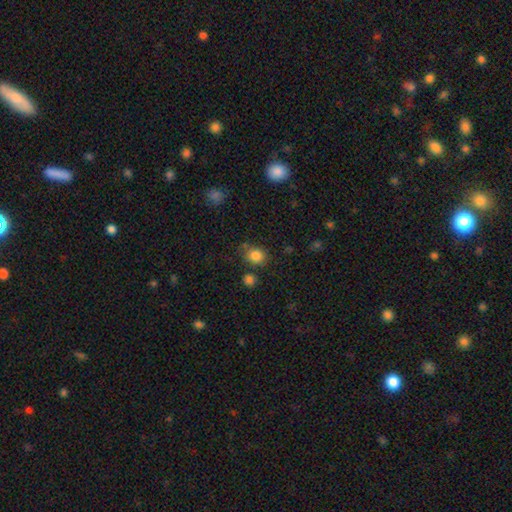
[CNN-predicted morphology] Smooth or featured?
  - smooth: 84% *
  - star or artifact: 11%
  - featured or disk: 5%
How rounded?
  - round: 70% *
  - in between: 29%
  - cigar-shaped: 1%
Merging?
  - none: 73% *
  - minor disturbance: 15%
  - merger: 8%
  - major disturbance: 5%